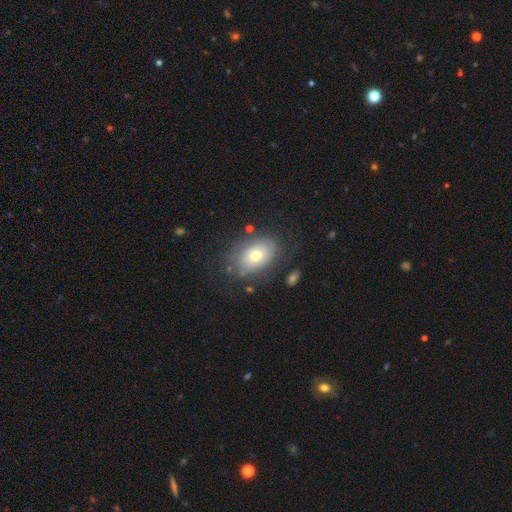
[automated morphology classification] Smooth or featured?
  - smooth: 48% *
  - featured or disk: 43%
  - star or artifact: 9%
Merging?
  - none: 71% *
  - minor disturbance: 18%
  - major disturbance: 8%
  - merger: 2%